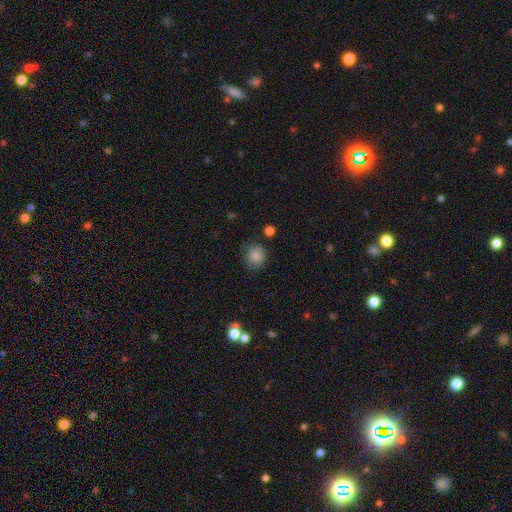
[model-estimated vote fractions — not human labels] A smooth galaxy with no disk features (85%) that is round (84%).

Vote fractions:
- Smooth or featured? smooth: 85% / star or artifact: 10% / featured or disk: 5%
- How rounded? round: 84% / in between: 15% / cigar-shaped: 1%
- Merging? none: 81% / minor disturbance: 13% / major disturbance: 3% / merger: 2%